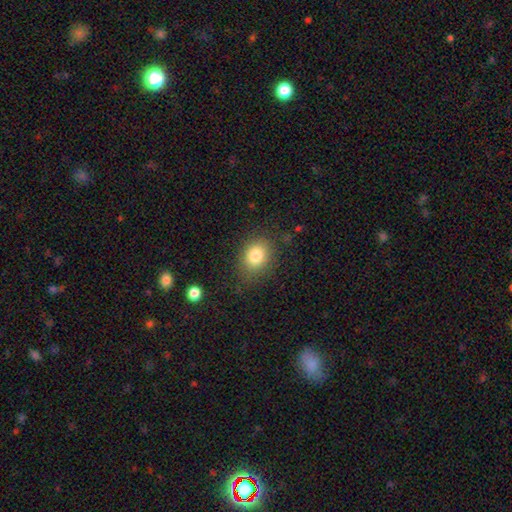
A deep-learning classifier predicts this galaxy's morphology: A smooth galaxy with no disk features (82%) that is in between round and cigar-shaped (54%). Merging: none (80%).